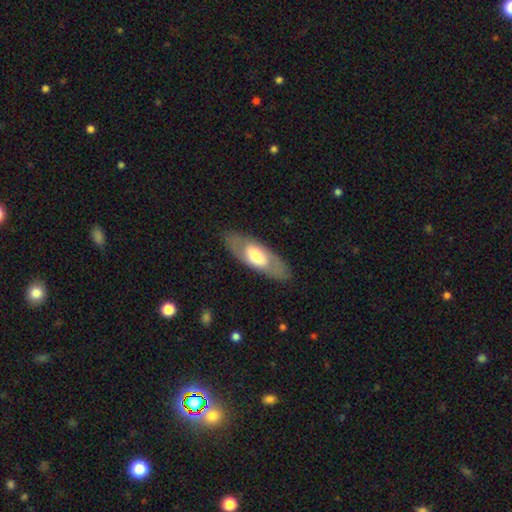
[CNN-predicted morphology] featured or disk 48%, smooth 47%, star or artifact 5%. Down the decision tree: merging — none (83%).